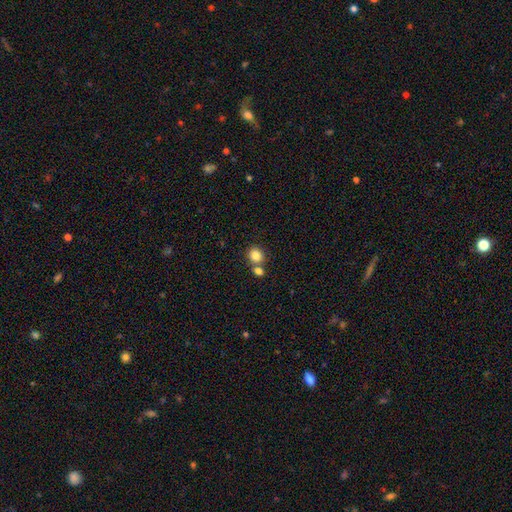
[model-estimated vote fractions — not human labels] A smooth galaxy with no disk features (84%) that is round (74%).

Vote fractions:
- Smooth or featured? smooth: 84% / star or artifact: 10% / featured or disk: 6%
- How rounded? round: 74% / in between: 25% / cigar-shaped: 1%
- Merging? none: 58% / merger: 31% / minor disturbance: 8% / major disturbance: 3%